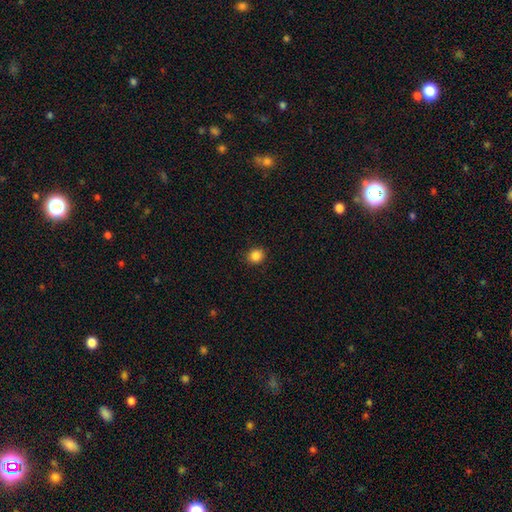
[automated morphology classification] This is clearly a smooth galaxy (85%). How rounded: clearly round (80%). Merging: clearly none (90%).